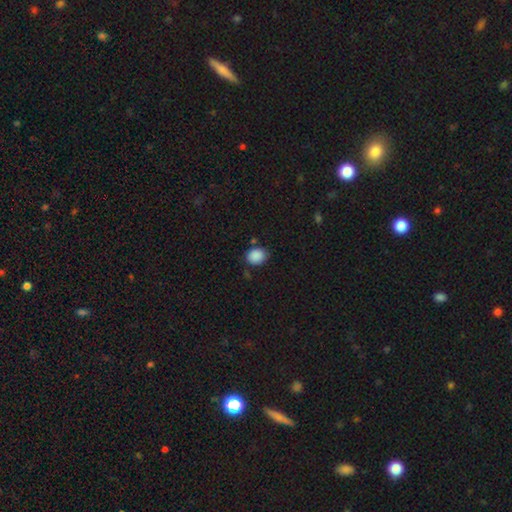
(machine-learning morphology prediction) smooth_or_featured: smooth (p=0.88) [alt: star or artifact p=0.09]
how_rounded: round (p=0.54) [alt: in between p=0.45]
merging: none (p=0.78) [alt: minor disturbance p=0.15]